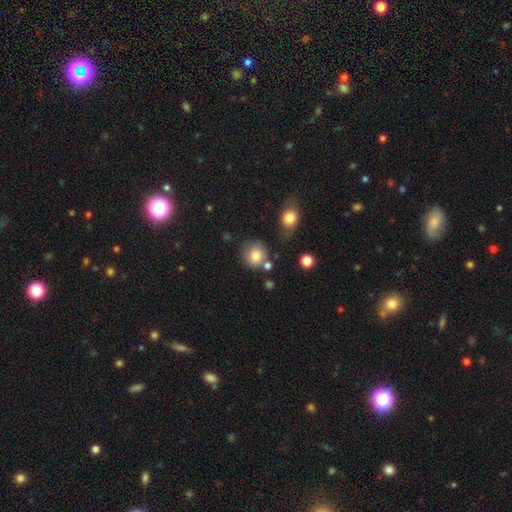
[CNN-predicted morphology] A smooth galaxy with no disk features (81%) that is round (79%).

Vote fractions:
- Smooth or featured? smooth: 81% / featured or disk: 10% / star or artifact: 9%
- How rounded? round: 79% / in between: 20% / cigar-shaped: 1%
- Merging? none: 62% / minor disturbance: 20% / merger: 11% / major disturbance: 7%